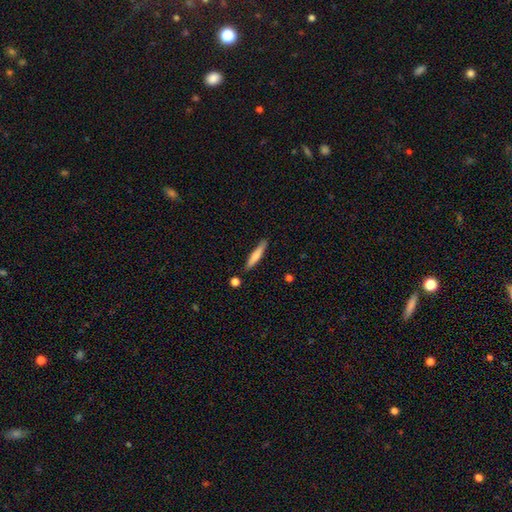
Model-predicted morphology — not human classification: smooth-or-featured: smooth: 70% | featured or disk: 24% | star or artifact: 6%
  how-rounded: cigar-shaped: 91% | in between: 8% | round: 1%
  merging: none: 84% | minor disturbance: 11% | merger: 3% | major disturbance: 2%